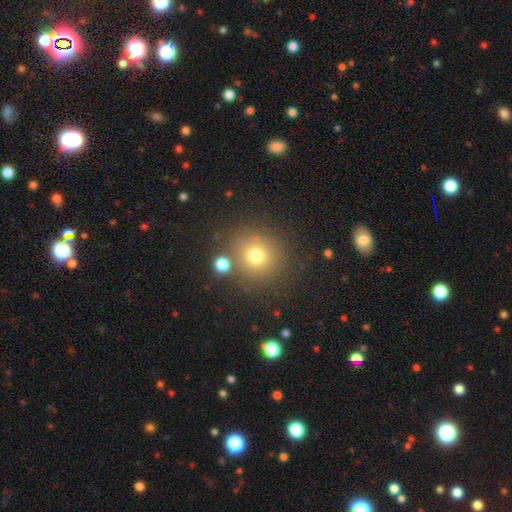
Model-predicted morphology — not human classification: This is likely a smooth galaxy (73%). How rounded: clearly round (91%). Merging: likely none (78%).